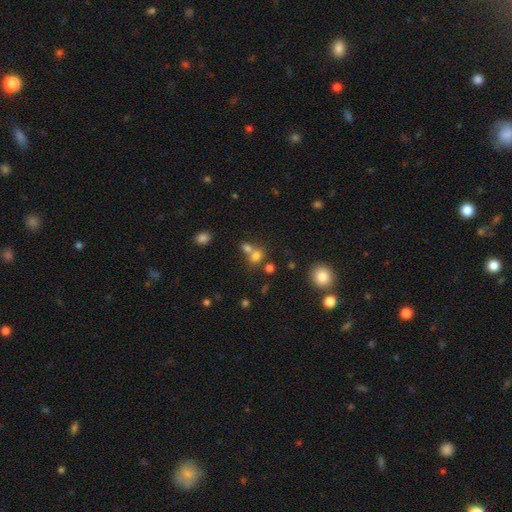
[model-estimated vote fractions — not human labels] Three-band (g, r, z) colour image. It shows a smooth galaxy with no disk features (73%) that is round (65%). Merging: merger (51%).